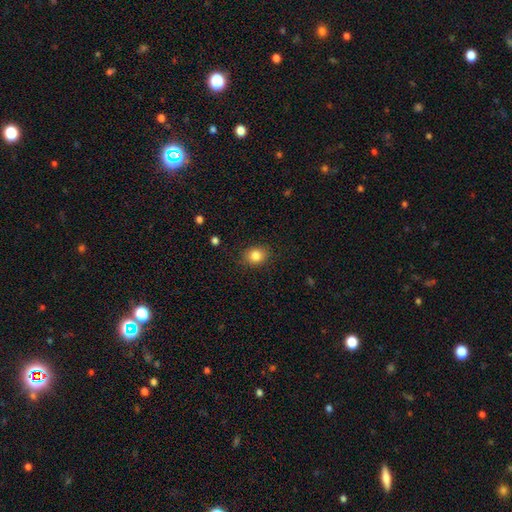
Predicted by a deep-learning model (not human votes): smooth 83%, star or artifact 10%, featured or disk 6%. Down the decision tree: how rounded — round (58%); merging — none (86%).